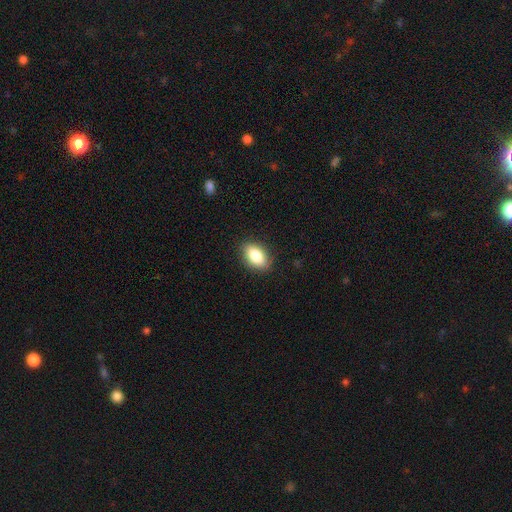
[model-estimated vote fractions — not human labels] smooth_or_featured: smooth (p=0.83) [alt: featured or disk p=0.10]
how_rounded: in between (p=0.89) [alt: round p=0.09]
merging: none (p=0.87) [alt: minor disturbance p=0.10]